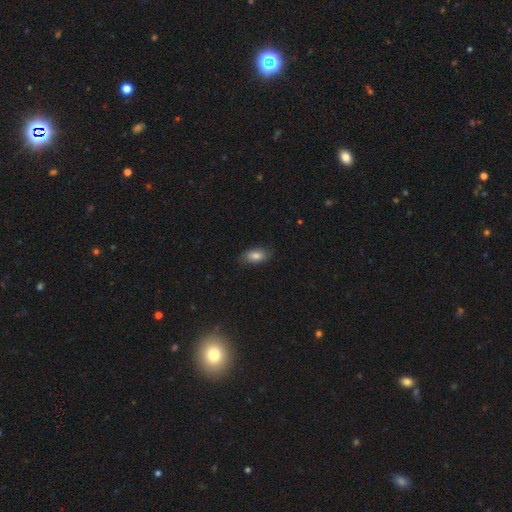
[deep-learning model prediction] smooth-or-featured: smooth: 80% | featured or disk: 12% | star or artifact: 8%
  how-rounded: in between: 91% | round: 5% | cigar-shaped: 4%
  merging: none: 81% | minor disturbance: 15% | major disturbance: 3% | merger: 1%